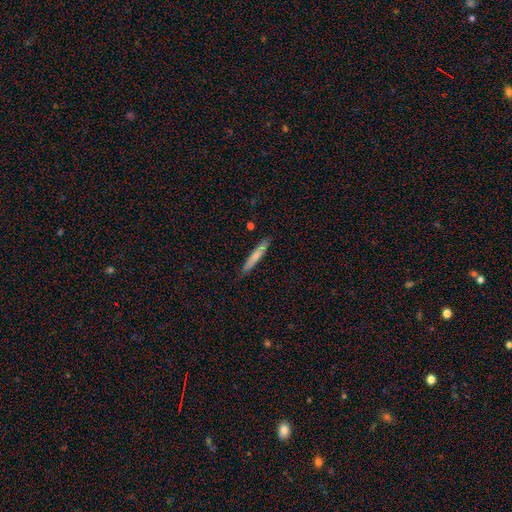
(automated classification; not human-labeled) Morphology: type=smooth (68%); roundness=cigar-shaped (94%); merging=none (87%).